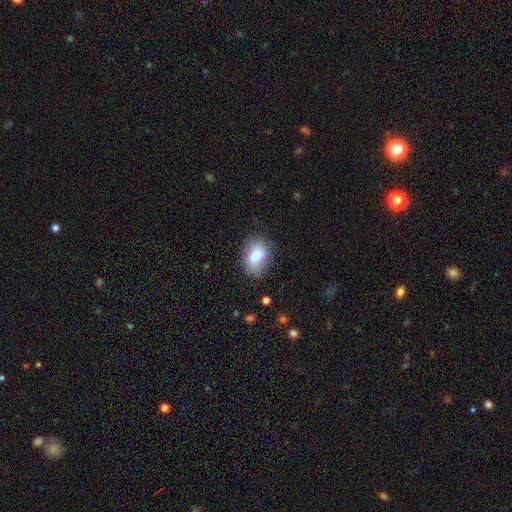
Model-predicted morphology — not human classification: A smooth galaxy with no disk features (80%) that is in between round and cigar-shaped (84%).

Vote fractions:
- Smooth or featured? smooth: 80% / featured or disk: 12% / star or artifact: 8%
- How rounded? in between: 84% / round: 15% / cigar-shaped: 1%
- Merging? none: 78% / minor disturbance: 16% / major disturbance: 4% / merger: 2%